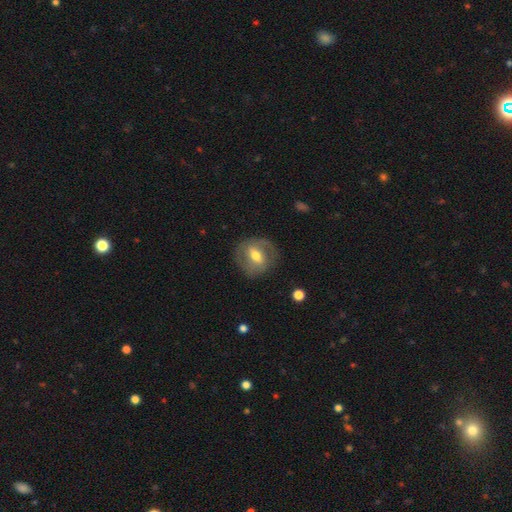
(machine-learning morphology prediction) smooth-or-featured: featured or disk: 60% | smooth: 33% | star or artifact: 7%
  disk-edge-on: no: 94% | yes: 6%
    bar: weak: 46% | strong: 35% | no: 19%
    has-spiral-arms: yes: 64% | no: 36%
    bulge-size: moderate: 72% | small: 16% | large: 9% | none: 1% | dominant: 1%
  merging: none: 76% | minor disturbance: 15% | major disturbance: 7% | merger: 1%